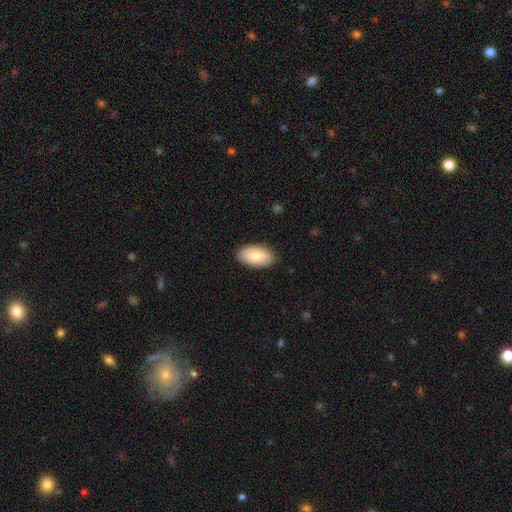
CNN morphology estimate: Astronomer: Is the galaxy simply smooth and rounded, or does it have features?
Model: smooth — 80%.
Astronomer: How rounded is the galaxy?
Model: in between — 95%.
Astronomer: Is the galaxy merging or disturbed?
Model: none — 88%.